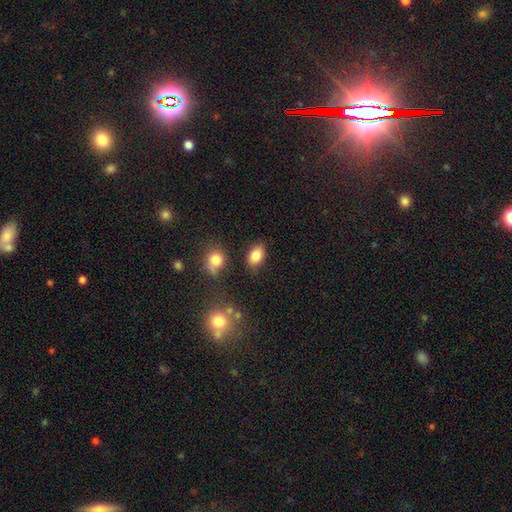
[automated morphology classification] type=smooth (84%); roundness=in between (84%); merging=none (81%).